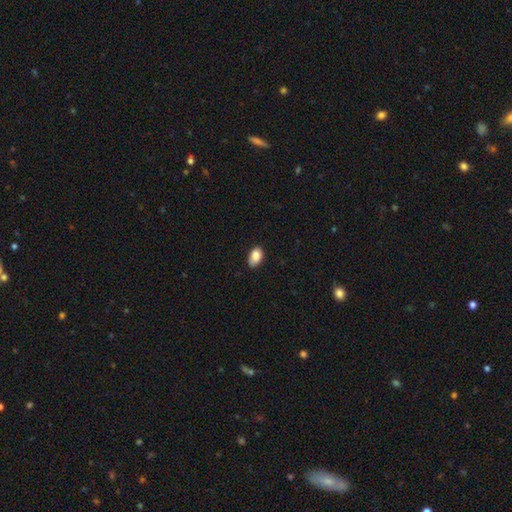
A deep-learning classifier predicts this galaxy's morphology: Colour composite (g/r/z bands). It shows a smooth galaxy with no disk features (86%) that is in between round and cigar-shaped (90%). Merging: none (71%).